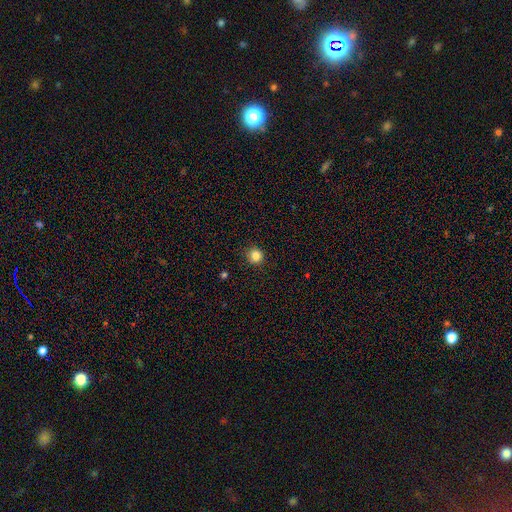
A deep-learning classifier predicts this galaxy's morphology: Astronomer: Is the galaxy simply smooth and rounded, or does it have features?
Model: smooth — 84%.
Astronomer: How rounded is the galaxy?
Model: round — 90%.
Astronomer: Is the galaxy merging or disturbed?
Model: none — 89%.